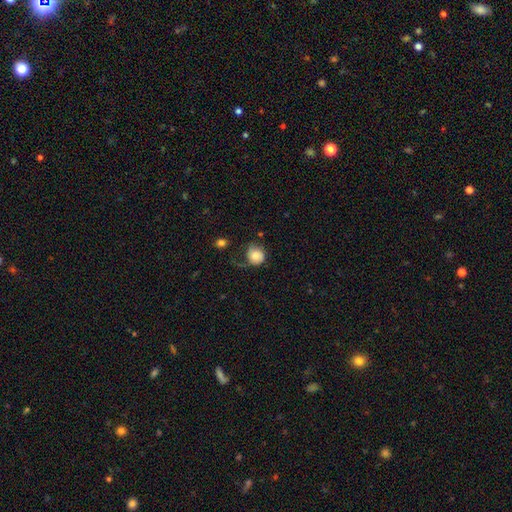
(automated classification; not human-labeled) Smooth or featured?
  - smooth: 74% *
  - featured or disk: 18%
  - star or artifact: 8%
How rounded?
  - round: 77% *
  - in between: 23%
  - cigar-shaped: 1%
Merging?
  - none: 41% *
  - minor disturbance: 31%
  - major disturbance: 25%
  - merger: 3%